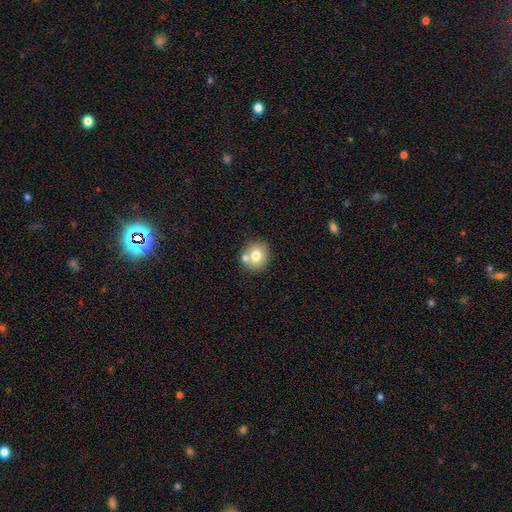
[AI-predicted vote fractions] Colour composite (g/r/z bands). It shows a smooth galaxy with no disk features (73%) that is round (76%). Merging: none (65%).